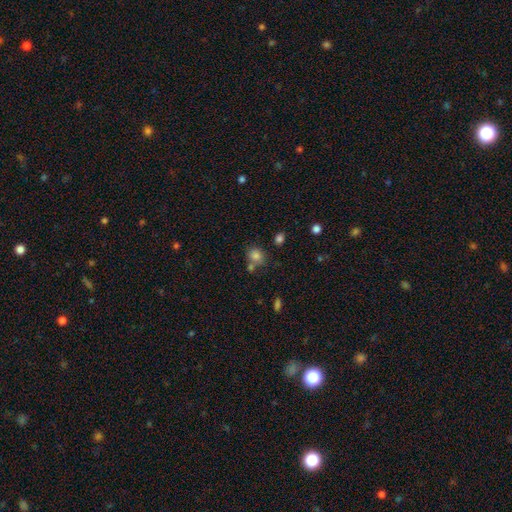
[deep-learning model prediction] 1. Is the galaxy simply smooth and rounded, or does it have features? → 81% smooth, 12% star or artifact, 7% featured or disk.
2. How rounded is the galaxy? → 68% round, 31% in between, 1% cigar-shaped.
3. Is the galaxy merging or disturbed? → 60% none, 22% merger, 13% minor disturbance, 5% major disturbance.